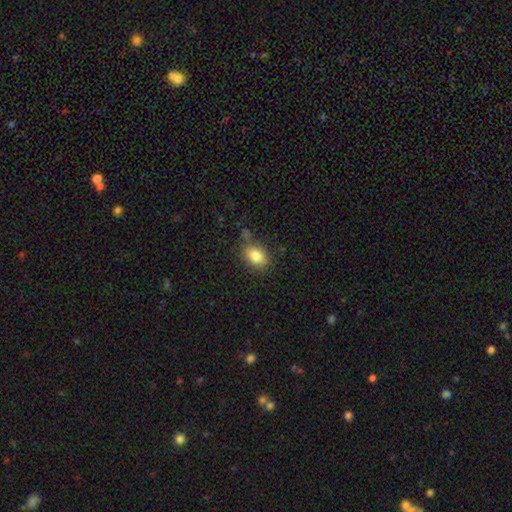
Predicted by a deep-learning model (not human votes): Smooth or featured?
  - smooth: 83% *
  - star or artifact: 9%
  - featured or disk: 8%
How rounded?
  - in between: 74% *
  - round: 24%
  - cigar-shaped: 1%
Merging?
  - none: 72% *
  - minor disturbance: 18%
  - major disturbance: 5%
  - merger: 5%